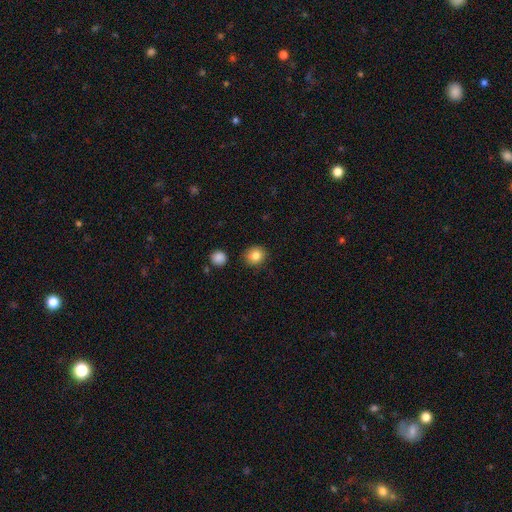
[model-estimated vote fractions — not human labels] A smooth galaxy with no disk features (84%) that is round (86%). Merging: none (87%).